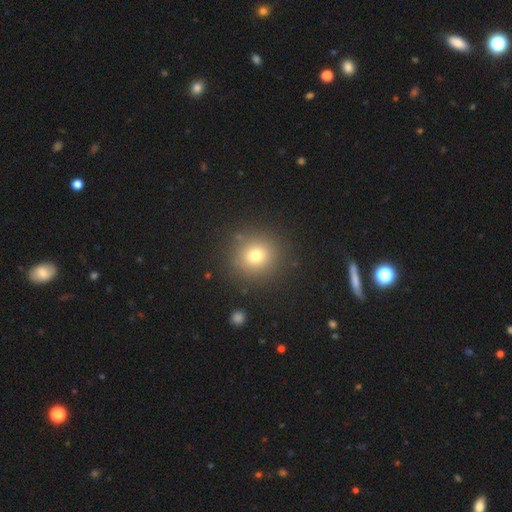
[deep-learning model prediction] smooth 74%, star or artifact 16%, featured or disk 10%. Down the decision tree: how rounded — round (91%); merging — none (87%).